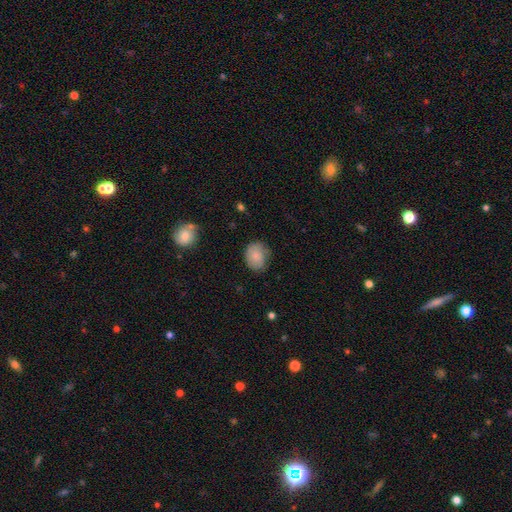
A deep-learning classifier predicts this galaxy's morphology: Overall: smooth (80%). How rounded: in between (53%; round 46%). Merging: none (66%; minor disturbance 26%).